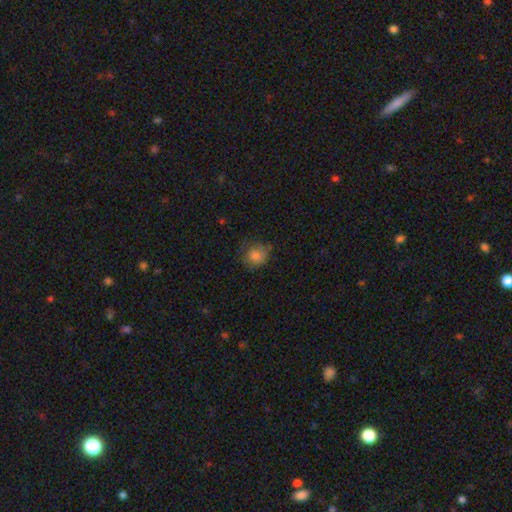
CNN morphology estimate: A smooth galaxy with no disk features (80%) that is round (77%). Merging: none (67%).